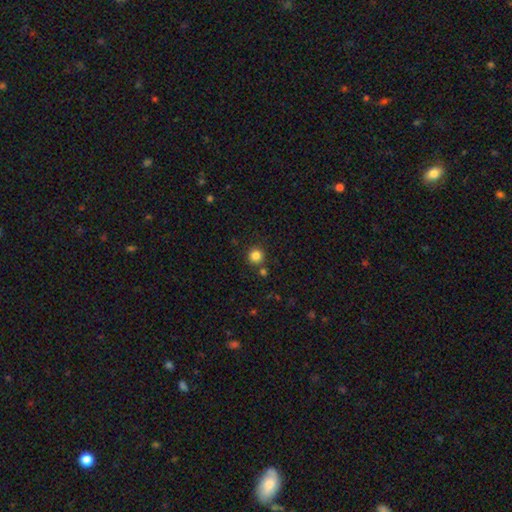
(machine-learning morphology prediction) Overall: smooth (83%). How rounded: round (95%). Merging: none (82%).